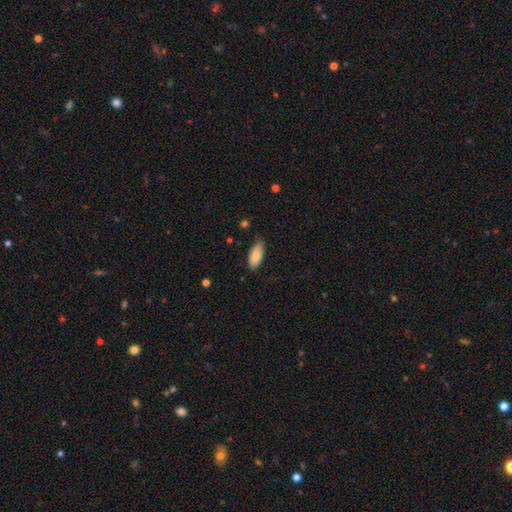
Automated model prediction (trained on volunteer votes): smooth-or-featured: smooth: 83% | featured or disk: 11% | star or artifact: 6%
  how-rounded: in between: 86% | cigar-shaped: 12% | round: 2%
  merging: none: 78% | minor disturbance: 19% | major disturbance: 3% | merger: 1%